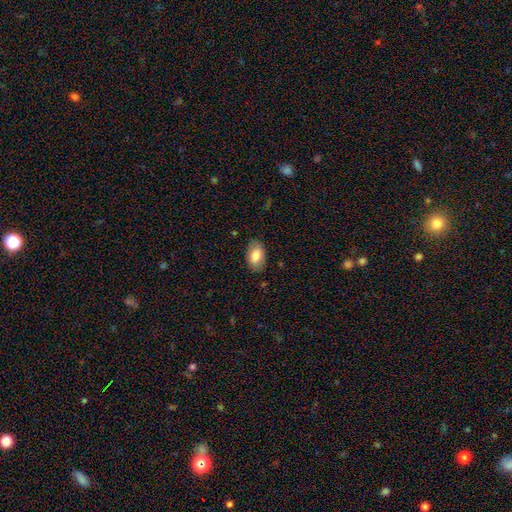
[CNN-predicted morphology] type=smooth (81%); roundness=in between (92%); merging=none (83%).